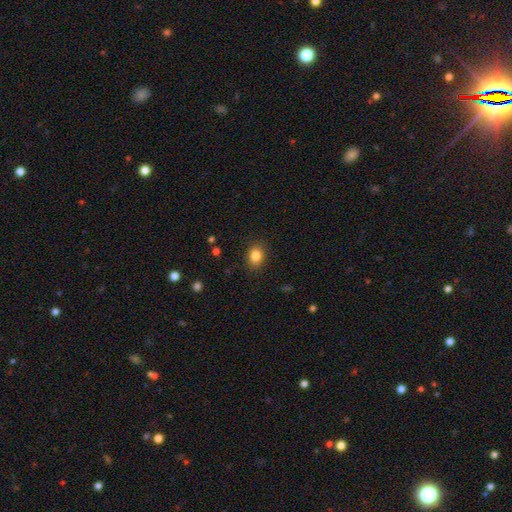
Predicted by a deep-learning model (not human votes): A smooth galaxy with no disk features (84%) that is in between round and cigar-shaped (60%).

Vote fractions:
- Smooth or featured? smooth: 84% / star or artifact: 10% / featured or disk: 6%
- How rounded? in between: 60% / round: 39% / cigar-shaped: 1%
- Merging? none: 87% / minor disturbance: 9% / major disturbance: 3% / merger: 1%